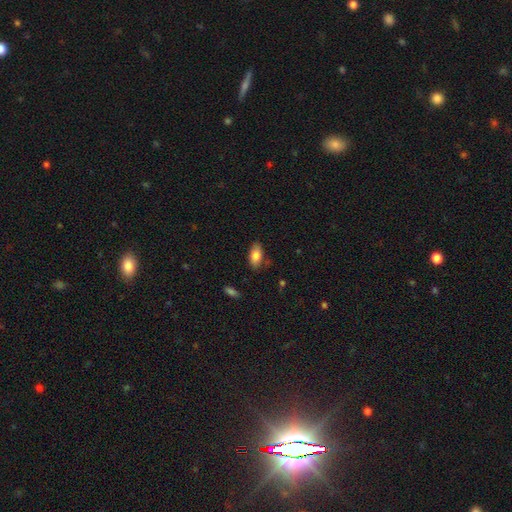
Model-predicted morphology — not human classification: Smooth or featured?
  - smooth: 83% *
  - featured or disk: 10%
  - star or artifact: 7%
How rounded?
  - in between: 92% *
  - cigar-shaped: 5%
  - round: 3%
Merging?
  - none: 80% *
  - minor disturbance: 15%
  - major disturbance: 3%
  - merger: 2%